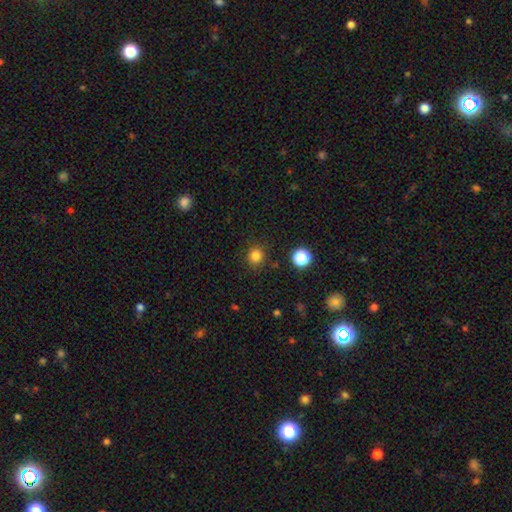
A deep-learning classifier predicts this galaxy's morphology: A smooth galaxy with no disk features (82%) that is round (87%). Merging: none (87%).